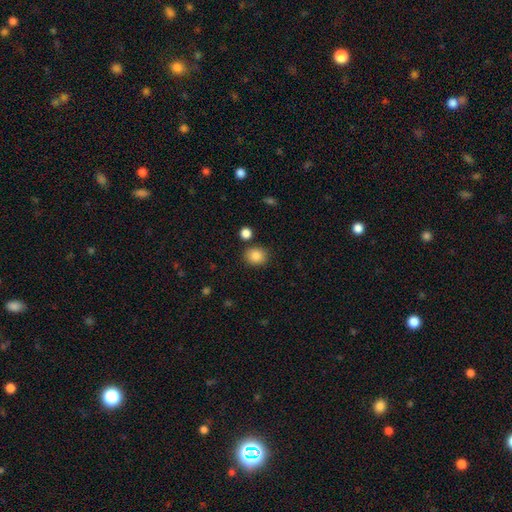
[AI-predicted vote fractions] Q: Smooth or featured?
A: smooth (86%); runner-up: star or artifact (9%)
Q: How rounded?
A: round (69%); runner-up: in between (30%)
Q: Merging?
A: none (83%); runner-up: minor disturbance (10%)